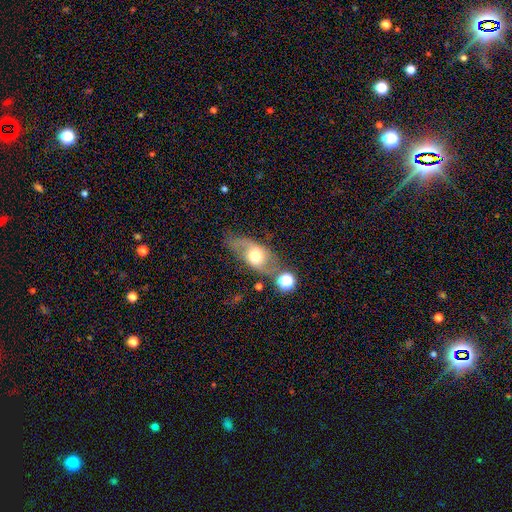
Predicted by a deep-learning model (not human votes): Smooth or featured?
  - featured or disk: 53% *
  - smooth: 38%
  - star or artifact: 9%
Edge-on disk?
  - no: 78% *
  - yes: 22%
Merging?
  - none: 56% *
  - minor disturbance: 22%
  - major disturbance: 13%
  - merger: 9%